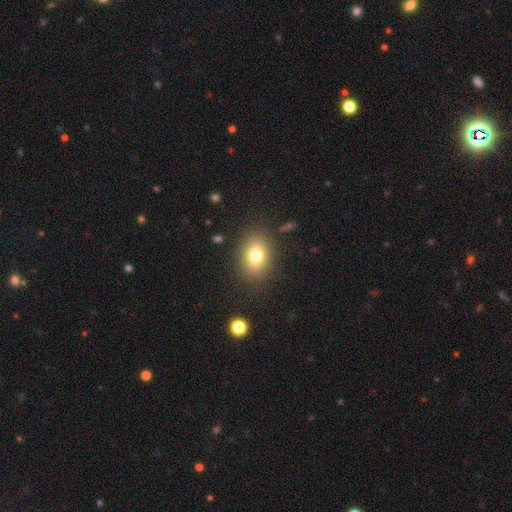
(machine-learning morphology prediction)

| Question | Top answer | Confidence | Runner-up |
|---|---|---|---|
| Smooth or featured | smooth | 78% | star or artifact (12%) |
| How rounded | in between | 67% | round (31%) |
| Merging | none | 86% | minor disturbance (9%) |